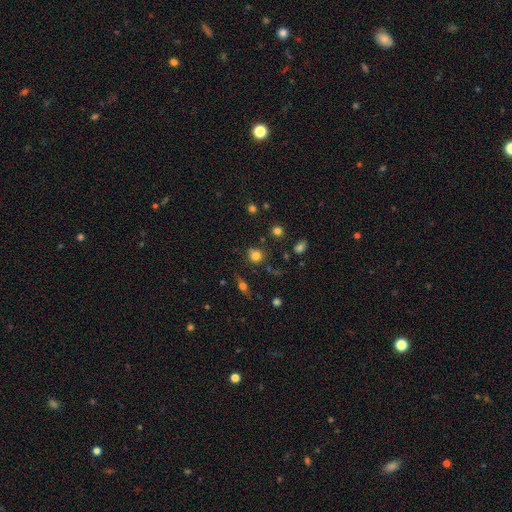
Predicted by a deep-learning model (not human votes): The model was most divided on "merging": none: 77%, minor disturbance: 14%, merger: 5%, major disturbance: 4%. More confident: how rounded — round (85%); smooth or featured — smooth (78%).